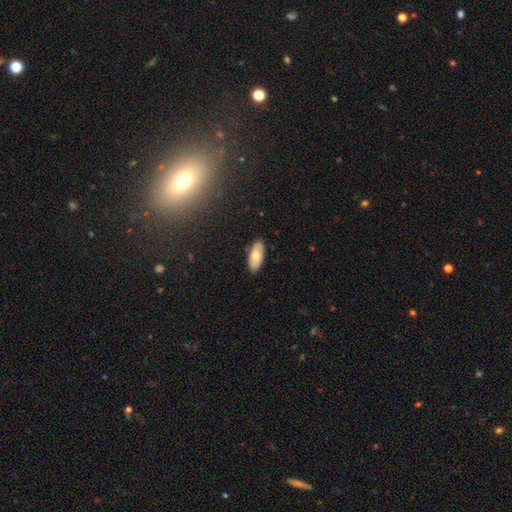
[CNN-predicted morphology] smooth-or-featured: smooth: 67% | featured or disk: 26% | star or artifact: 6%
  how-rounded: in between: 88% | cigar-shaped: 10% | round: 2%
  merging: none: 87% | minor disturbance: 10% | major disturbance: 2% | merger: 1%